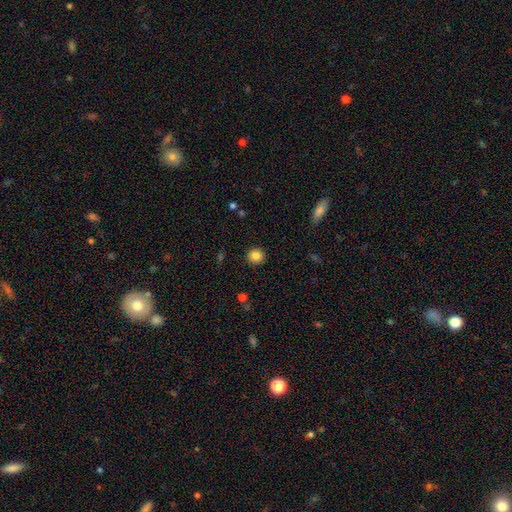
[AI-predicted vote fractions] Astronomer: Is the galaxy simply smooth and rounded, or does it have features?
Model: smooth — 84%.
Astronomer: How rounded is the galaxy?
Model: round — 93%.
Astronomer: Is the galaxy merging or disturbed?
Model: none — 91%.